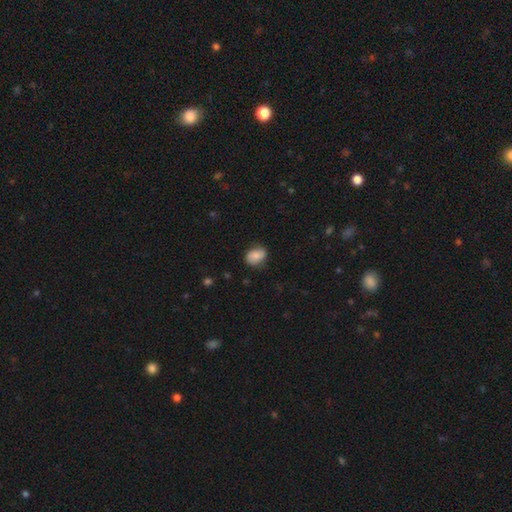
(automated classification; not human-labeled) Smooth or featured: smooth — 77% (featured or disk — 15%)
How rounded: in between — 69% (round — 30%)
Merging: none — 75% (minor disturbance — 20%)